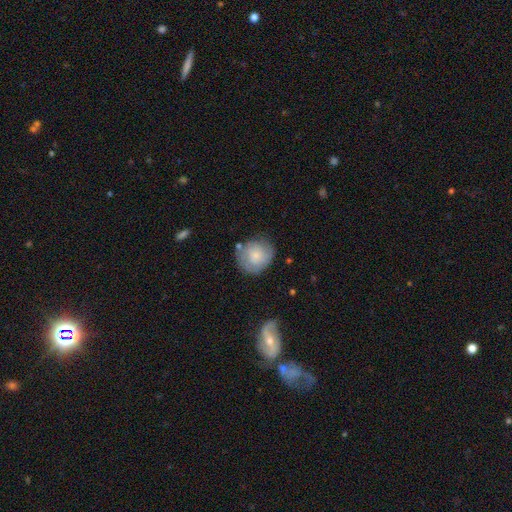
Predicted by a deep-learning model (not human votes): Smooth or featured? Predicted: smooth (p=0.67). How rounded? Predicted: round (p=0.83). Merging? Predicted: none (p=0.67).